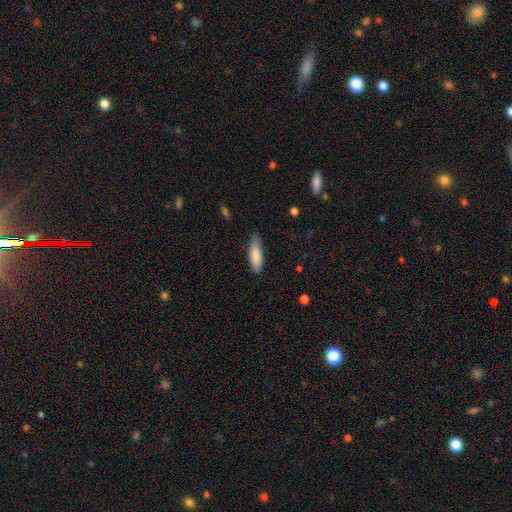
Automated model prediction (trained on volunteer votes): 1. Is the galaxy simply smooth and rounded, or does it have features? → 85% smooth, 9% featured or disk, 6% star or artifact.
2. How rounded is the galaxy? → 56% in between, 43% cigar-shaped, 1% round.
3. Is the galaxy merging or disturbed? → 78% none, 17% minor disturbance, 3% major disturbance, 1% merger.